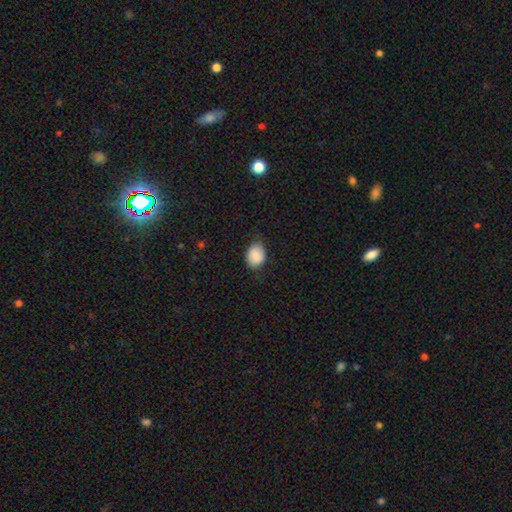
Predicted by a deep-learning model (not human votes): Overall: smooth (86%). How rounded: in between (56%; round 43%). Merging: none (76%).